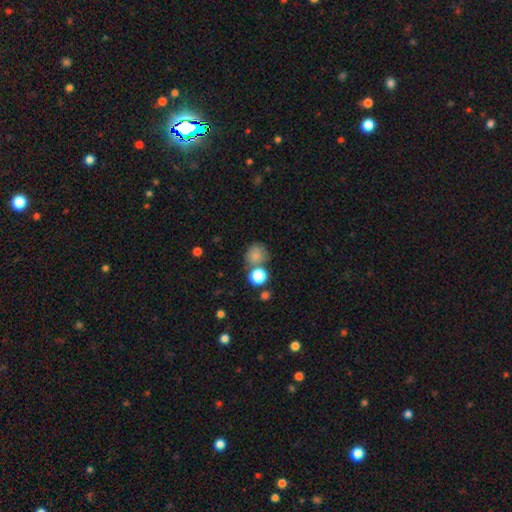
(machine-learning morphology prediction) Smooth or featured?
  - smooth: 79% *
  - star or artifact: 13%
  - featured or disk: 9%
How rounded?
  - round: 80% *
  - in between: 19%
  - cigar-shaped: 1%
Merging?
  - none: 54% *
  - merger: 23%
  - minor disturbance: 15%
  - major disturbance: 7%